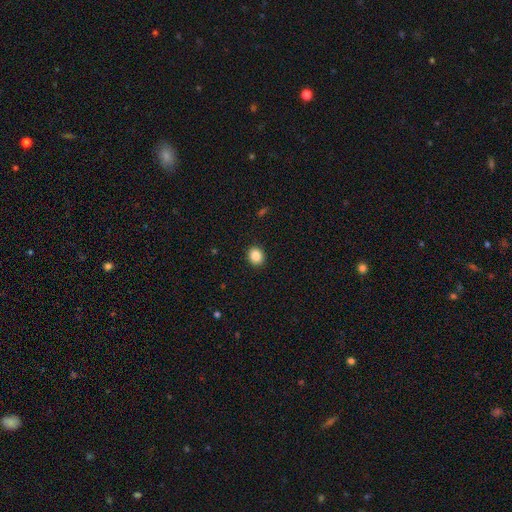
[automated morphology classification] Overall: smooth (86%). How rounded: round (69%; in between 30%). Merging: none (92%).